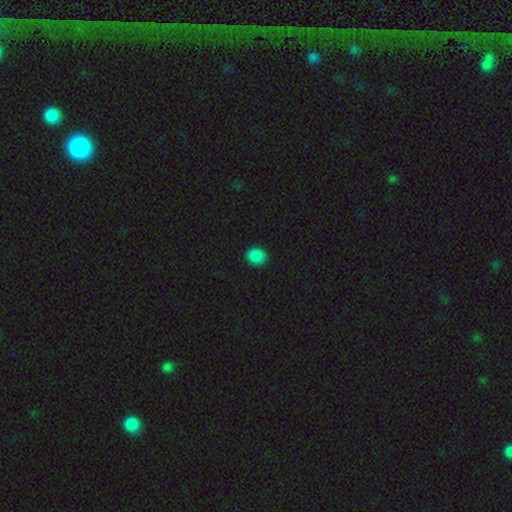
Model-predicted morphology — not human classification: This appears to be a smooth galaxy with no disk features (87%) that is round (60%). Merging: none (91%).